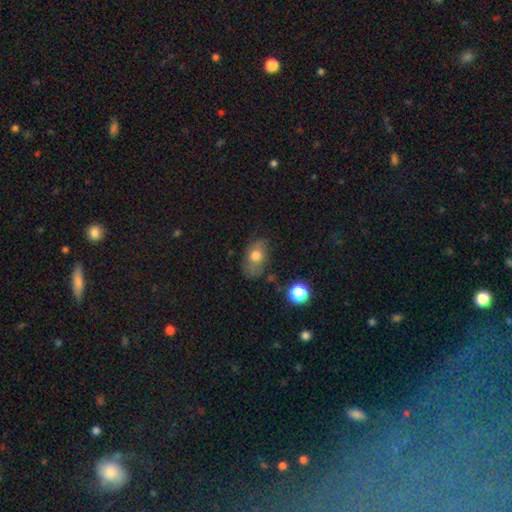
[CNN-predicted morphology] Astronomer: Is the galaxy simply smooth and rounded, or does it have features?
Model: smooth — 66%.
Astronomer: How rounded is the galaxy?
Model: in between — 81%.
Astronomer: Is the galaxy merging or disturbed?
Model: none — 57%.